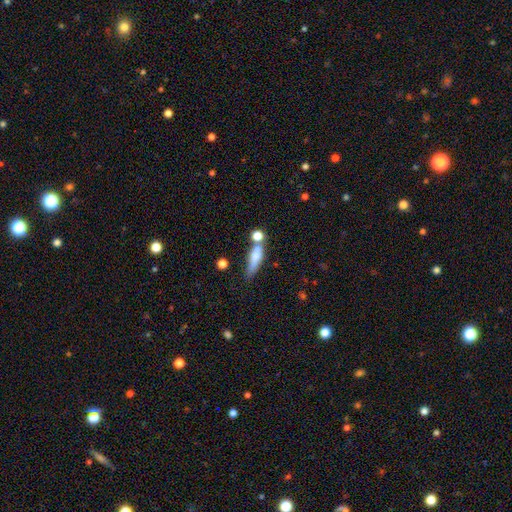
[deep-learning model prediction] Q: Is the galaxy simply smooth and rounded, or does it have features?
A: smooth — 68%.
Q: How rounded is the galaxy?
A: cigar-shaped — 57%.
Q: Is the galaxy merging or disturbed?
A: none — 46%.